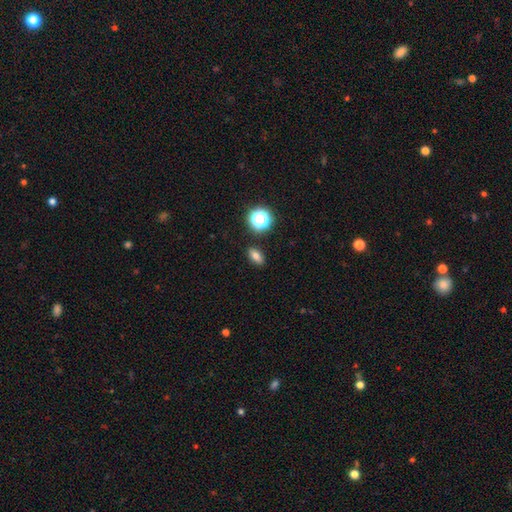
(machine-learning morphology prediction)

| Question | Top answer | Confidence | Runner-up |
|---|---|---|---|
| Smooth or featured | smooth | 76% | star or artifact (16%) |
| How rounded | in between | 77% | round (16%) |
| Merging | none | 88% | minor disturbance (8%) |